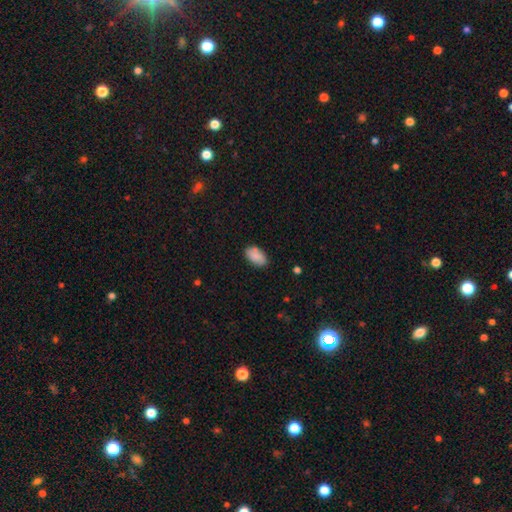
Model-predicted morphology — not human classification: type=smooth (88%); roundness=in between (94%); merging=none (82%).